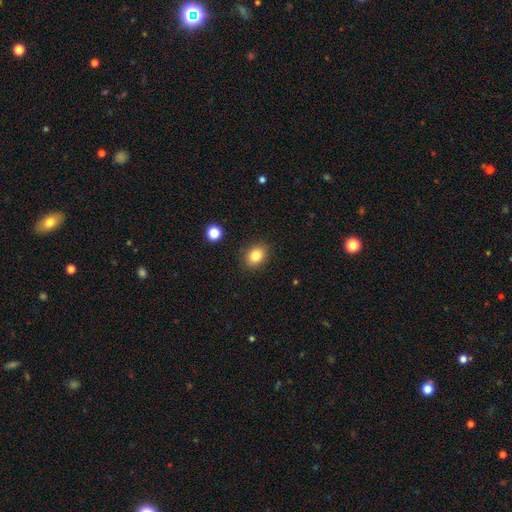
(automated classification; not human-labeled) Q: Smooth or featured?
A: smooth (83%); runner-up: star or artifact (10%)
Q: How rounded?
A: in between (62%); runner-up: round (37%)
Q: Merging?
A: none (87%); runner-up: minor disturbance (9%)